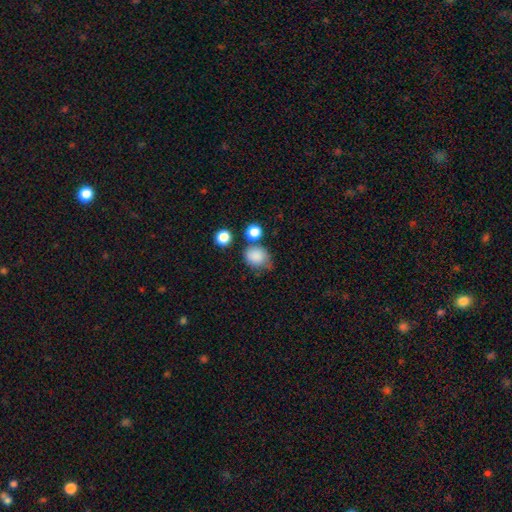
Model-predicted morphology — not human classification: smooth 84%, star or artifact 10%, featured or disk 6%. Down the decision tree: how rounded — round (57%); merging — none (53%).